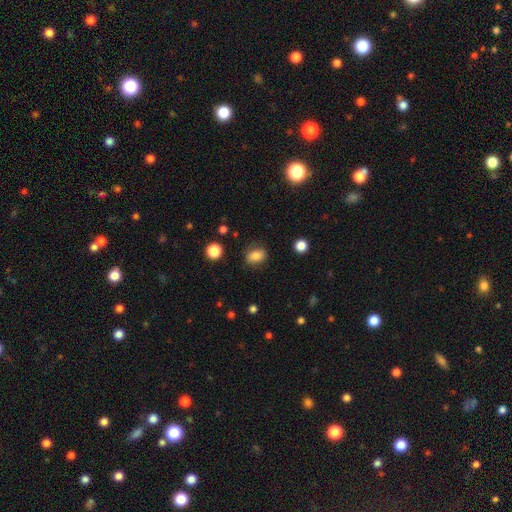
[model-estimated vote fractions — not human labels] smooth 82%, star or artifact 10%, featured or disk 7%. Down the decision tree: how rounded — in between (67%); merging — none (81%).